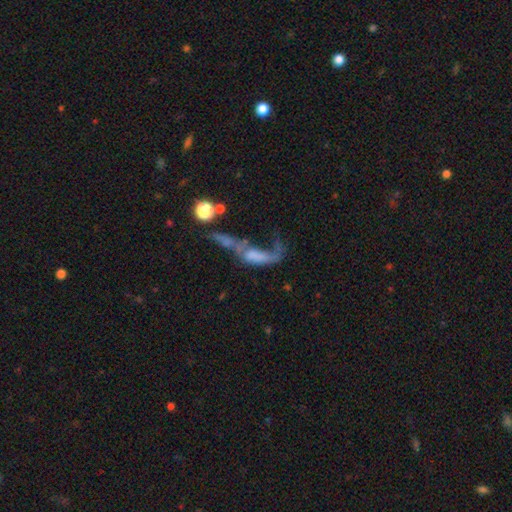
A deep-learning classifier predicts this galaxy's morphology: This appears to be a featured or disk galaxy (45%). Merging: merger (43%).